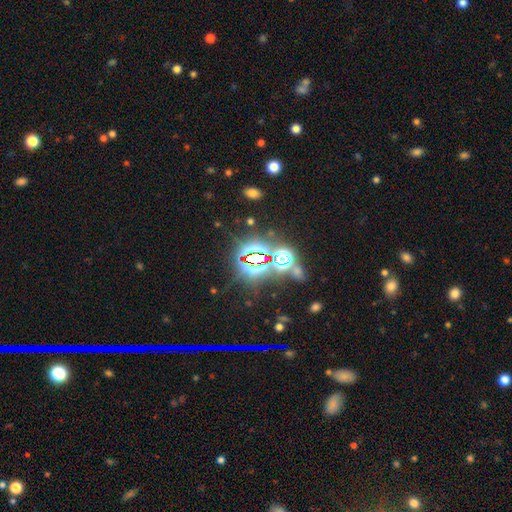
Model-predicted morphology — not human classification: Q: Smooth or featured?
A: star or artifact (80%); runner-up: smooth (12%)